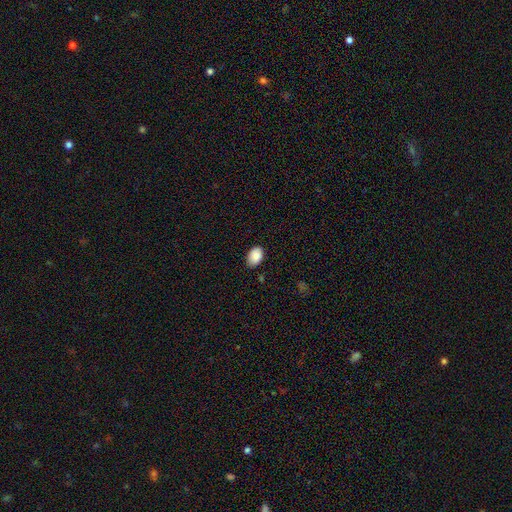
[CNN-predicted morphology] Smooth or featured? smooth (89%)
How rounded? in between (85%)
Merging? none (79%)